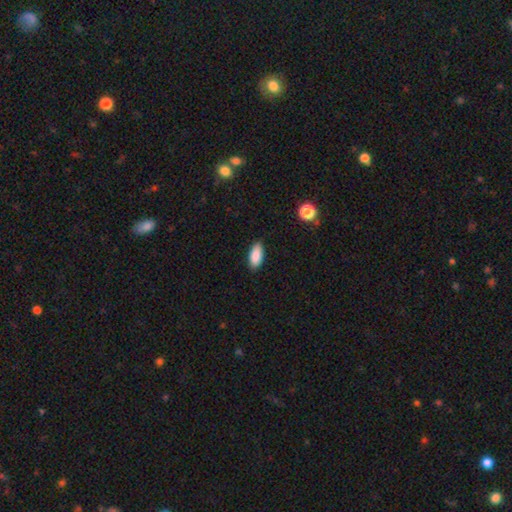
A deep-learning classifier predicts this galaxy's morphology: smooth 88%, star or artifact 7%, featured or disk 5%. Down the decision tree: how rounded — in between (89%); merging — none (85%).